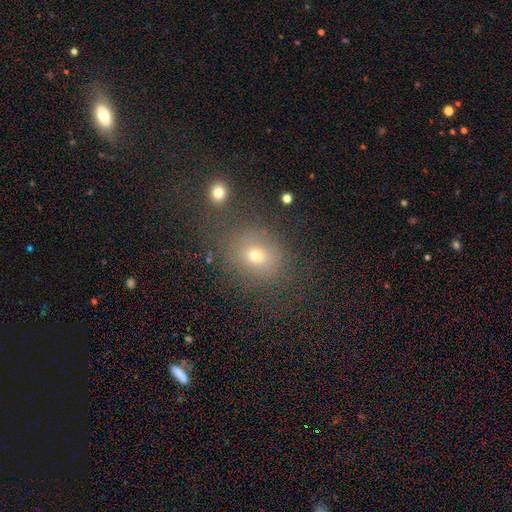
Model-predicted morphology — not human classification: smooth-or-featured: smooth: 67% | star or artifact: 19% | featured or disk: 14%
  how-rounded: round: 62% | in between: 37% | cigar-shaped: 1%
  merging: none: 71% | minor disturbance: 14% | merger: 8% | major disturbance: 7%